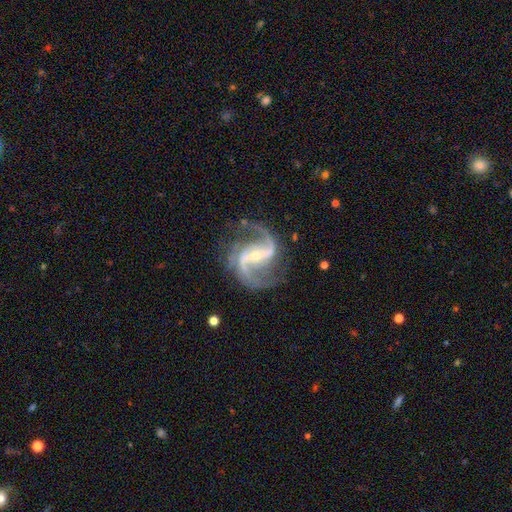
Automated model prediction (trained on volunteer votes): Q: Smooth or featured?
A: featured or disk (93%); runner-up: star or artifact (5%)
Q: Edge-on disk?
A: no (98%); runner-up: yes (2%)
Q: Bar?
A: strong (53%); runner-up: weak (32%)
Q: Spiral arms?
A: yes (98%); runner-up: no (2%)
Q: Spiral winding?
A: medium (53%); runner-up: loose (37%)
Q: Spiral arm count?
A: 2 (90%); runner-up: 3 (4%)
Q: Bulge size?
A: small (65%); runner-up: moderate (31%)
Q: Merging?
A: none (77%); runner-up: minor disturbance (14%)